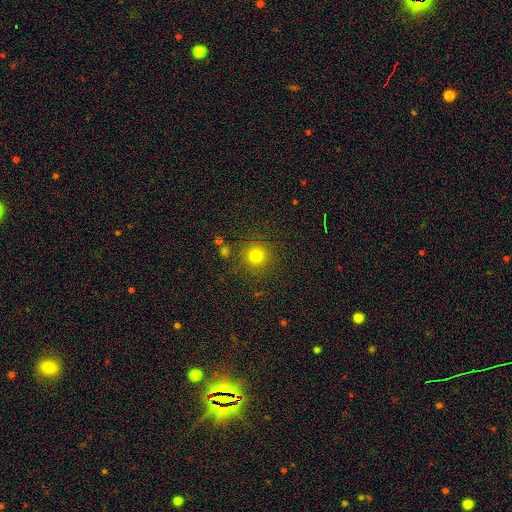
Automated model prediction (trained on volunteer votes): This appears to be a smooth galaxy with no disk features (78%) that is round (95%). Merging: none (87%).